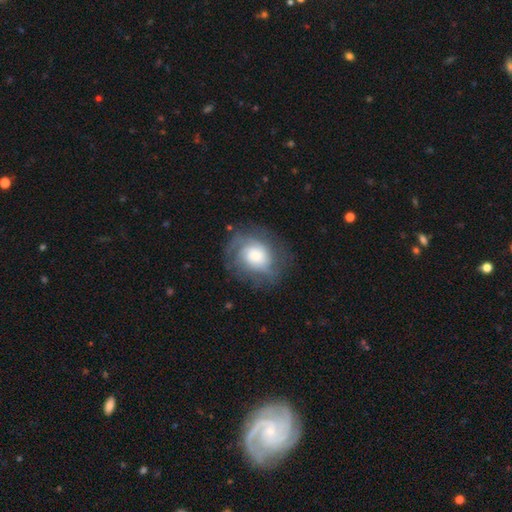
Morphology: type=featured or disk (53%); edge-on=no (100%); bar=no (75%); spiral arms=yes (85%); winding=medium (59%); arm count=2 (29%); bulge=large (45%); merging=none (71%).